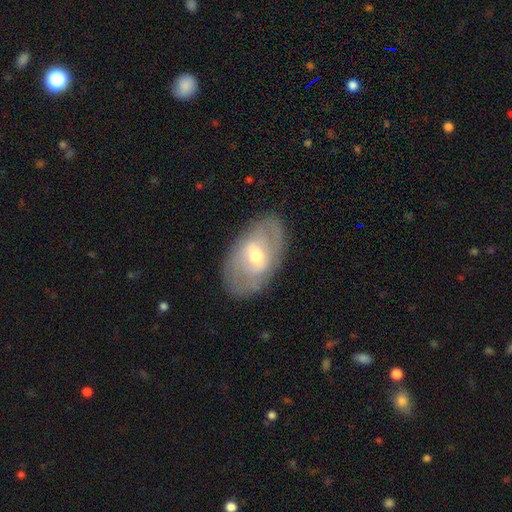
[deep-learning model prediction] Smooth or featured? featured or disk (66%)
Edge-on disk? no (91%)
Bar? weak (50%)
Spiral arms? yes (62%)
Bulge size? moderate (61%)
Merging? none (81%)